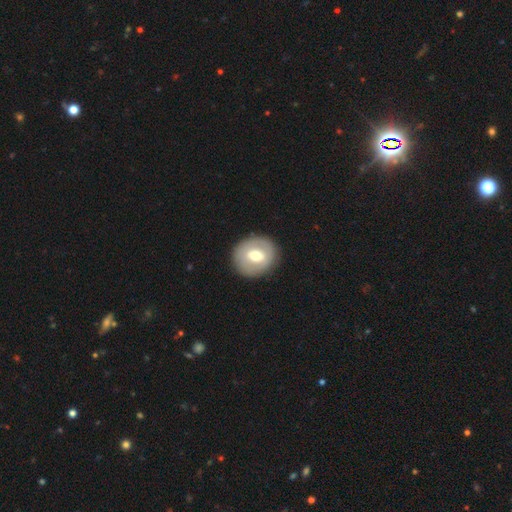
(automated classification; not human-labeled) Smooth or featured?
  - smooth: 55% *
  - featured or disk: 39%
  - star or artifact: 6%
How rounded?
  - round: 78% *
  - in between: 21%
  - cigar-shaped: 1%
Merging?
  - none: 88% *
  - minor disturbance: 8%
  - major disturbance: 3%
  - merger: 1%